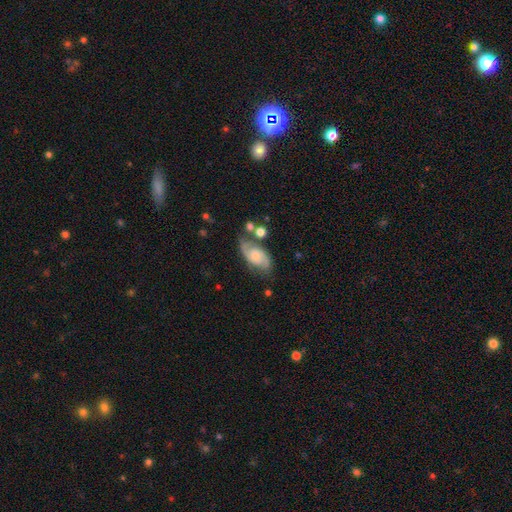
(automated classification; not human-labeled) This is likely a featured or disk galaxy (75%). It is clearly not viewed edge-on (96%). Bar: likely no (67%). Spiral arm pattern: clearly yes (94%). Spiral arm count: clearly 2 (87%). Spiral winding: possibly medium (48%). Central bulge: possibly small (52%). Merging: possibly none (59%).